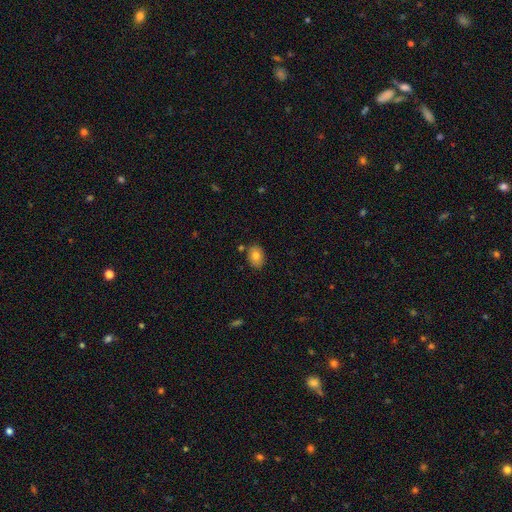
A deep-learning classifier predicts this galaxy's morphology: Q: Smooth or featured?
A: smooth (81%); runner-up: featured or disk (11%)
Q: How rounded?
A: in between (78%); runner-up: round (21%)
Q: Merging?
A: none (82%); runner-up: minor disturbance (12%)